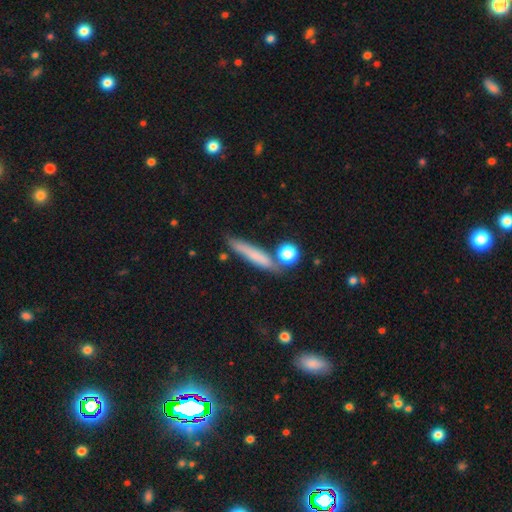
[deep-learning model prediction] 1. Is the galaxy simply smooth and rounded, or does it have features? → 68% smooth, 24% featured or disk, 9% star or artifact.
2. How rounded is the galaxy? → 88% cigar-shaped, 8% in between, 4% round.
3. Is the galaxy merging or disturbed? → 72% none, 15% minor disturbance, 9% merger, 4% major disturbance.